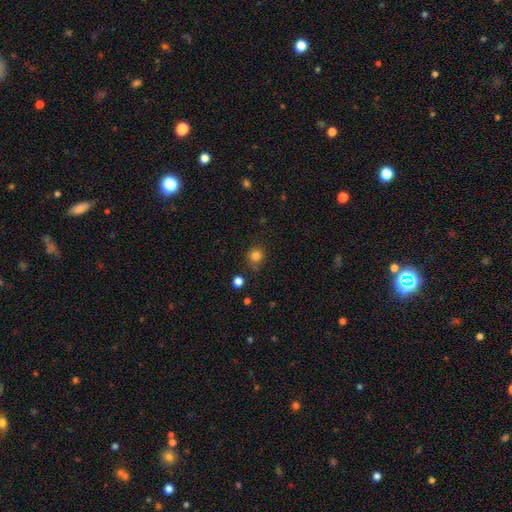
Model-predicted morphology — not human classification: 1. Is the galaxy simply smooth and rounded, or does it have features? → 82% smooth, 13% star or artifact, 5% featured or disk.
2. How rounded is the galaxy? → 91% round, 8% in between, 1% cigar-shaped.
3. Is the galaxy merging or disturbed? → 78% none, 12% minor disturbance, 6% merger, 4% major disturbance.